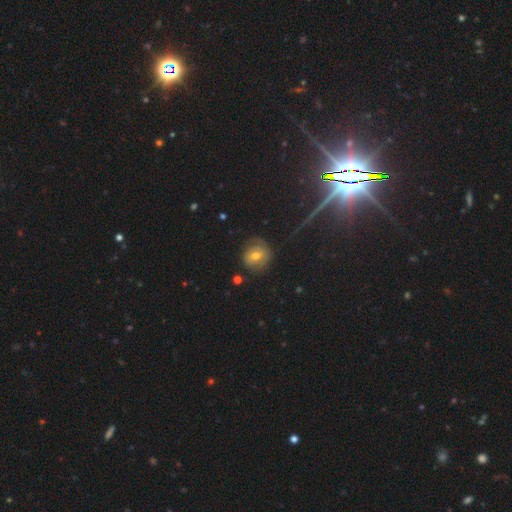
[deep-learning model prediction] smooth-or-featured: featured or disk: 45% | smooth: 40% | star or artifact: 15%
  merging: none: 69% | minor disturbance: 20% | major disturbance: 9% | merger: 2%